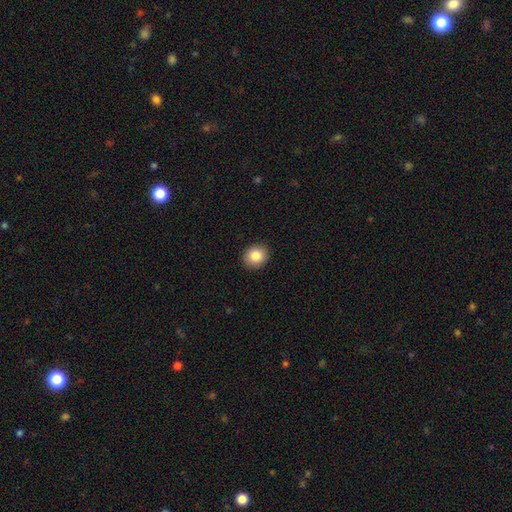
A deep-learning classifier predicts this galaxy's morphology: A smooth galaxy with no disk features (85%) that is round (78%). Merging: none (91%).